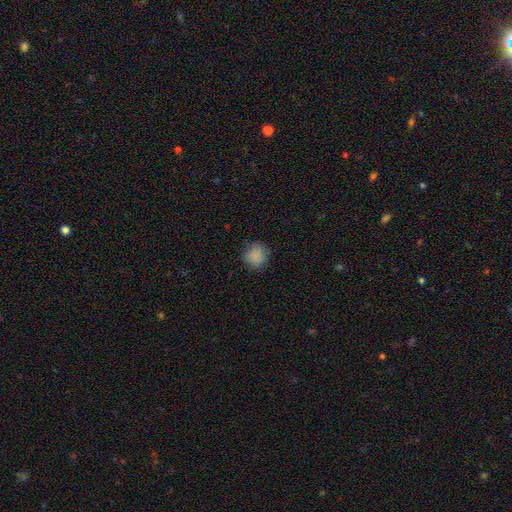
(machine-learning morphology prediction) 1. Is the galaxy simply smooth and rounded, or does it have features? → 84% smooth, 9% star or artifact, 7% featured or disk.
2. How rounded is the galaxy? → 86% round, 13% in between, 1% cigar-shaped.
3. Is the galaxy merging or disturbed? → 79% none, 16% minor disturbance, 5% major disturbance, 1% merger.